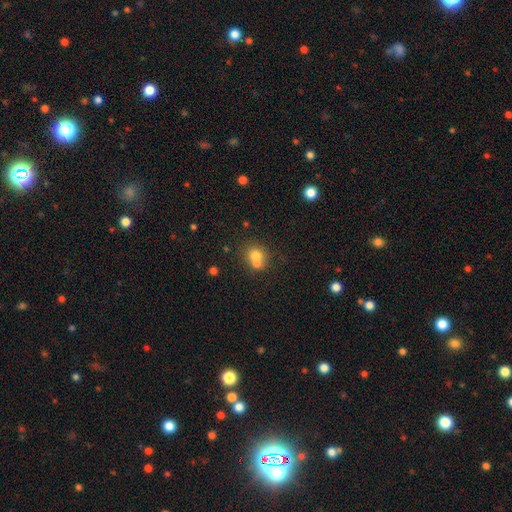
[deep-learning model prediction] Overall: smooth (70%). How rounded: round (78%). Merging: merger (52%; none 38%).